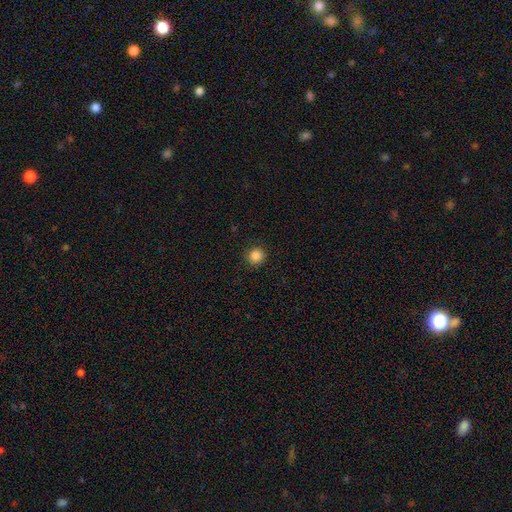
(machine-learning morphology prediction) Smooth or featured? smooth (86%)
How rounded? round (94%)
Merging? none (91%)